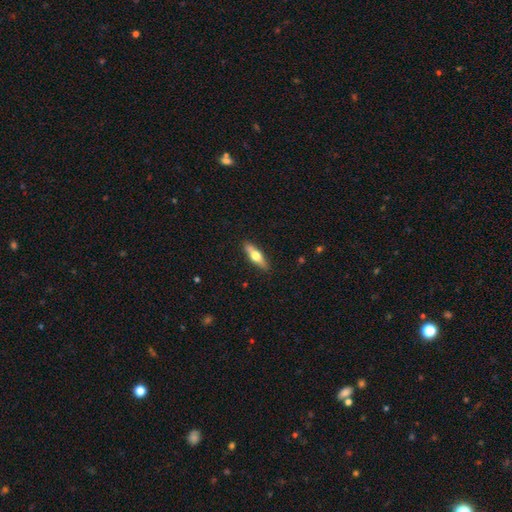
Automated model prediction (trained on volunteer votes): This appears to be a smooth galaxy with no disk features (48%). Merging: none (87%).